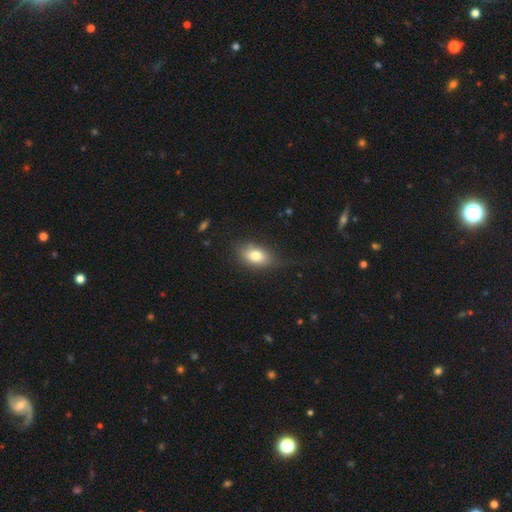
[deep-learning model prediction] Q: Smooth or featured?
A: smooth (78%); runner-up: featured or disk (13%)
Q: How rounded?
A: in between (84%); runner-up: round (13%)
Q: Merging?
A: none (71%); runner-up: minor disturbance (21%)